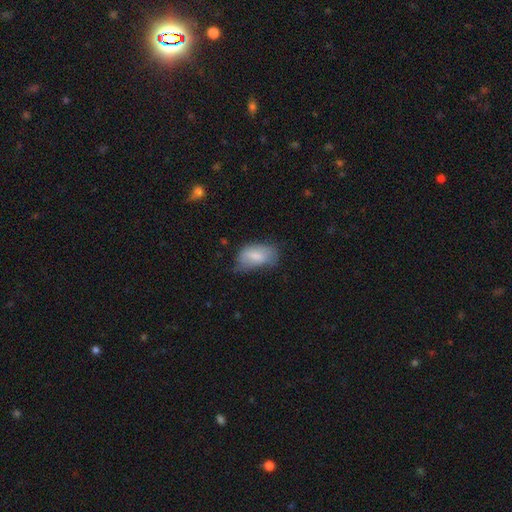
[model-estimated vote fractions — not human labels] smooth_or_featured: smooth (p=0.70) [alt: featured or disk p=0.22]
how_rounded: in between (p=0.92) [alt: round p=0.05]
merging: none (p=0.43) [alt: minor disturbance p=0.41]